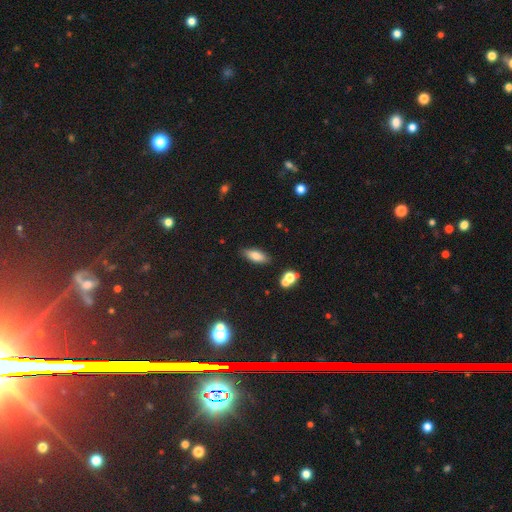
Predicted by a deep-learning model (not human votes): This appears to be a smooth galaxy with no disk features (76%) that is in between round and cigar-shaped (73%). Merging: none (83%).